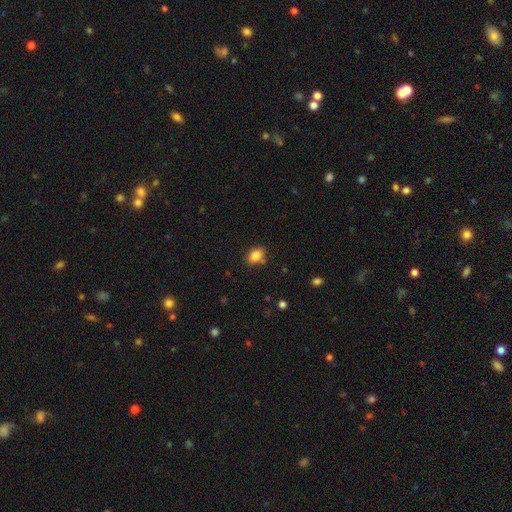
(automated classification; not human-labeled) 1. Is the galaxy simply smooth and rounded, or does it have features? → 85% smooth, 9% star or artifact, 6% featured or disk.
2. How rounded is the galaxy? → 71% in between, 27% round, 1% cigar-shaped.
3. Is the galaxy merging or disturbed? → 77% none, 16% minor disturbance, 4% merger, 3% major disturbance.